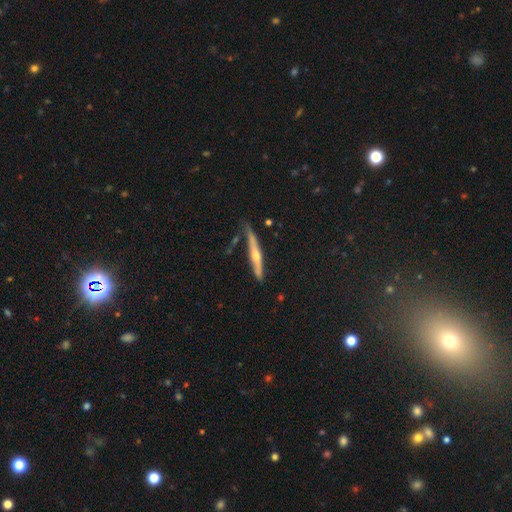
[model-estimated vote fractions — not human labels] Smooth or featured? Predicted: featured or disk (p=0.68). Edge-on disk? Predicted: yes (p=0.97). Edge-on bulge? Predicted: rounded (p=0.87). Merging? Predicted: none (p=0.80).